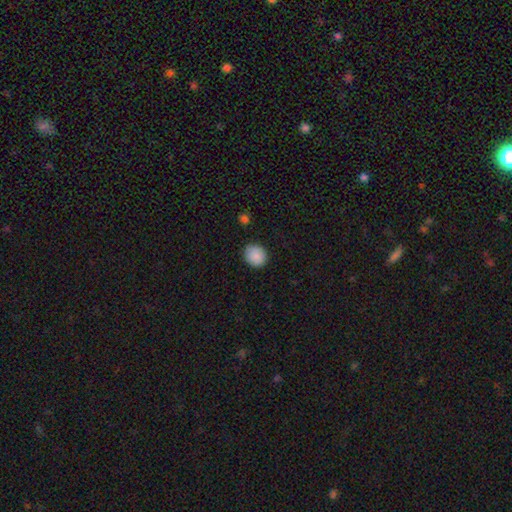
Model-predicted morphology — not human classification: smooth 88%, star or artifact 8%, featured or disk 4%. Down the decision tree: how rounded — round (78%); merging — none (88%).